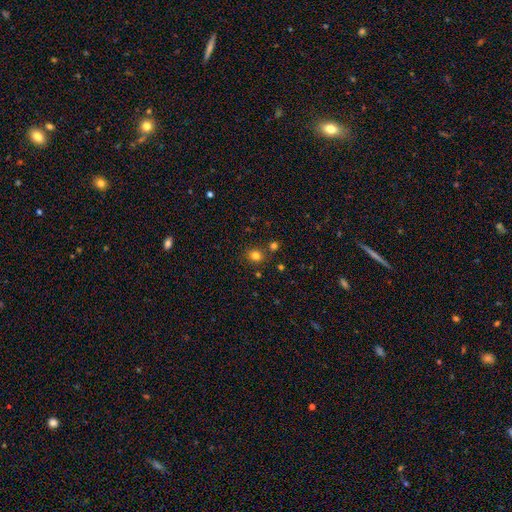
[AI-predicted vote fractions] smooth_or_featured: smooth (p=0.79) [alt: star or artifact p=0.15]
how_rounded: round (p=0.80) [alt: in between p=0.19]
merging: none (p=0.80) [alt: minor disturbance p=0.09]